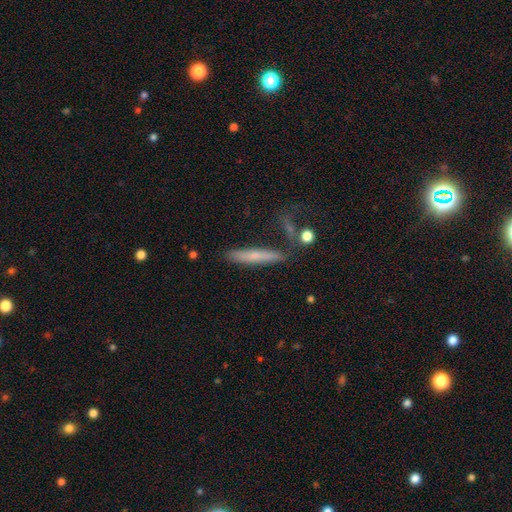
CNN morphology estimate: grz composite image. It shows a smooth galaxy with no disk features (62%) that is cigar-shaped (92%). Merging: none (79%).